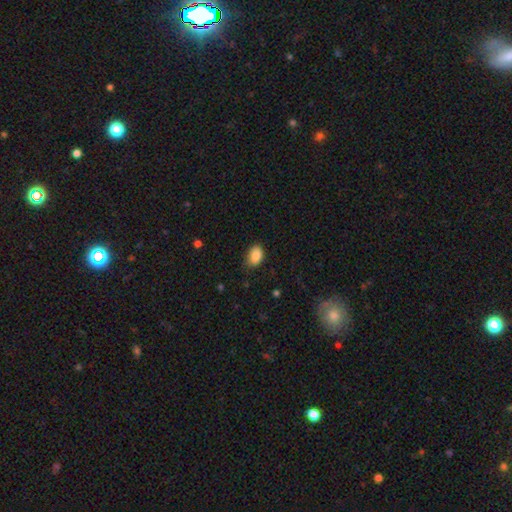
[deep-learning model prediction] Smooth or featured? smooth (88%)
How rounded? in between (89%)
Merging? none (73%)